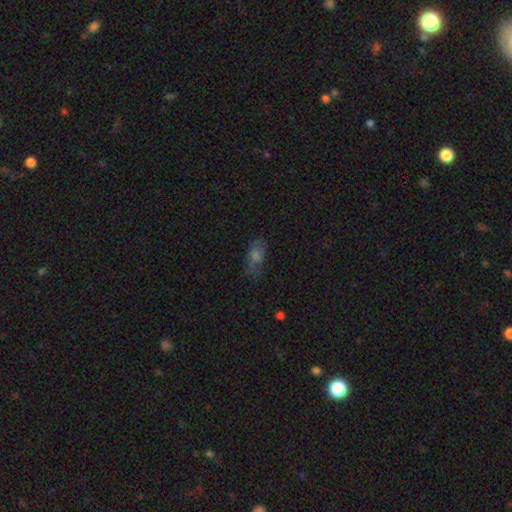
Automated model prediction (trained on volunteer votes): Smooth or featured? smooth (52%)
How rounded? in between (78%)
Merging? none (63%)